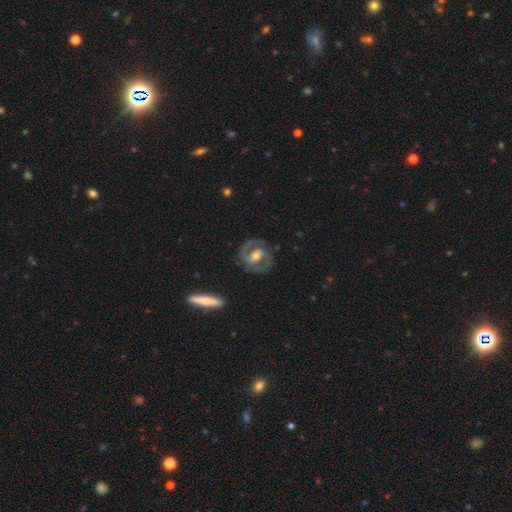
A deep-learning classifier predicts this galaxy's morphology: Smooth or featured?
  - featured or disk: 80% *
  - smooth: 15%
  - star or artifact: 5%
Edge-on disk?
  - no: 96% *
  - yes: 4%
Bar?
  - weak: 40% *
  - strong: 32%
  - no: 28%
Spiral arms?
  - yes: 87% *
  - no: 13%
Spiral winding?
  - medium: 51% *
  - tight: 37%
  - loose: 13%
Spiral arm count?
  - 2: 89% *
  - can't tell: 5%
  - 1: 3%
  - 3: 1%
  - 4: 1%
  - more than 4: 1%
Bulge size?
  - moderate: 56% *
  - small: 24%
  - large: 15%
  - none: 3%
  - dominant: 2%
Merging?
  - none: 81% *
  - minor disturbance: 11%
  - major disturbance: 6%
  - merger: 2%